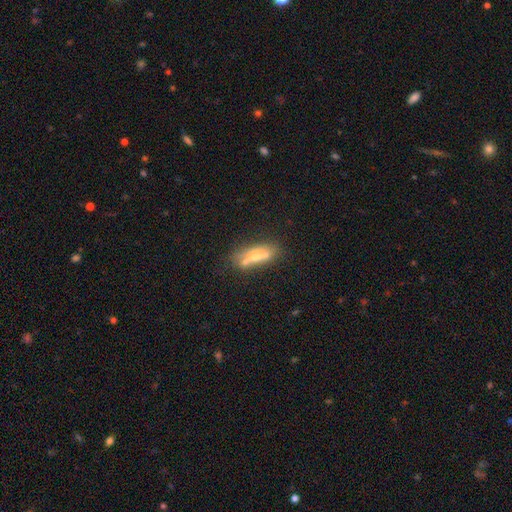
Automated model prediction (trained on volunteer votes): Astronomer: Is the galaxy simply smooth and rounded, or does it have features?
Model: smooth — 46% (runner-up: featured or disk, 43%).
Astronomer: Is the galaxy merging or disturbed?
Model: none — 45% (runner-up: merger, 31%).